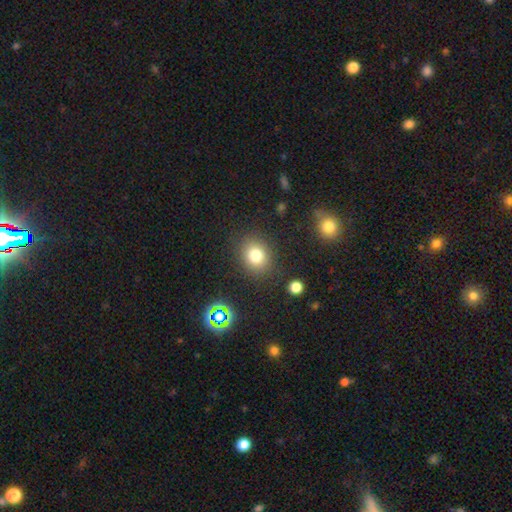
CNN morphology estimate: type=smooth (78%); roundness=round (64%); merging=none (86%).